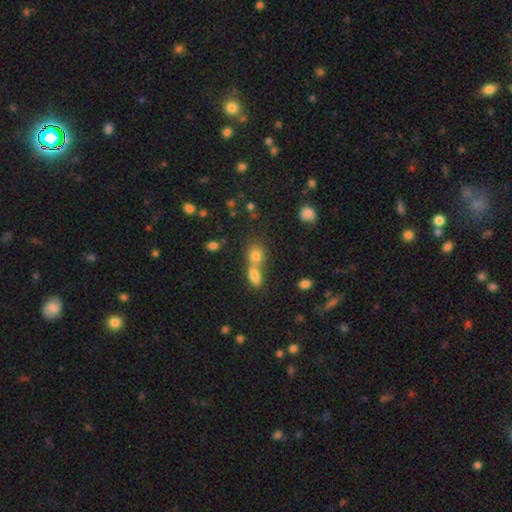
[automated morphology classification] Smooth or featured? smooth (76%)
How rounded? round (58%)
Merging? merger (56%)